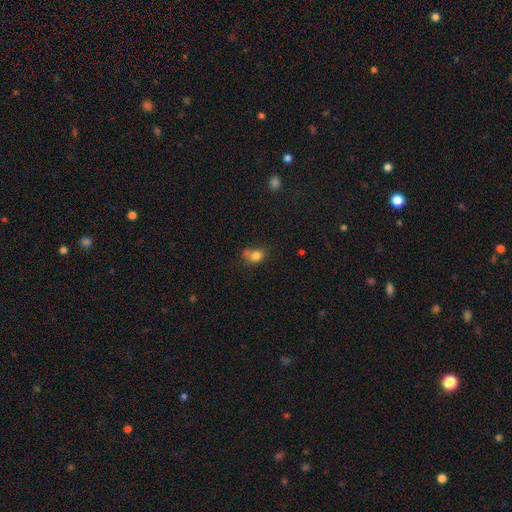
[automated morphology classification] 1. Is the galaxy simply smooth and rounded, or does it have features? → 79% smooth, 12% star or artifact, 9% featured or disk.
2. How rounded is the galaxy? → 51% round, 48% in between, 1% cigar-shaped.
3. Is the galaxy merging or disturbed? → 44% none, 25% minor disturbance, 21% merger, 11% major disturbance.